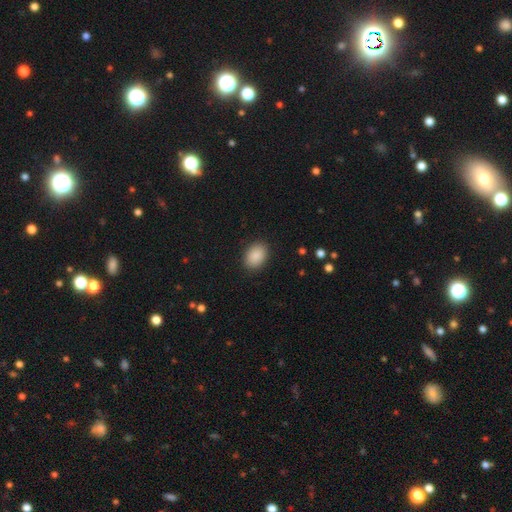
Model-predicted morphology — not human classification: Overall: smooth (89%). How rounded: in between (76%). Merging: none (89%).